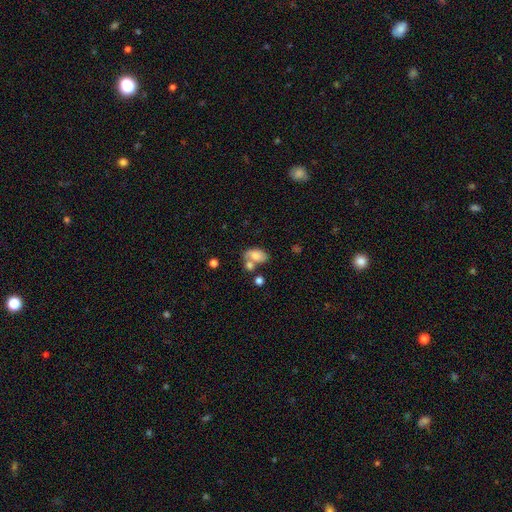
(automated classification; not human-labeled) smooth-or-featured: smooth: 72% | featured or disk: 19% | star or artifact: 9%
  how-rounded: in between: 87% | round: 11% | cigar-shaped: 2%
  merging: merger: 38% | none: 34% | minor disturbance: 18% | major disturbance: 10%